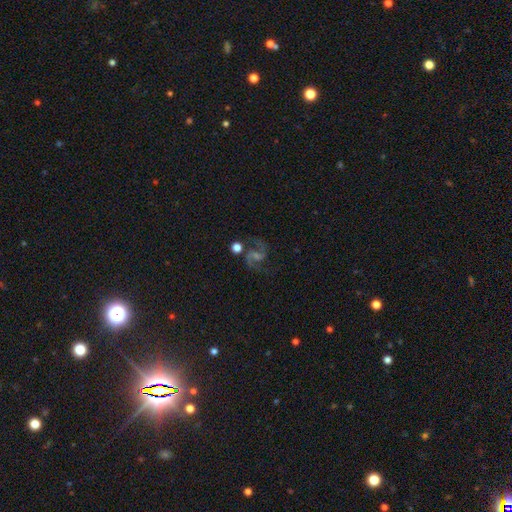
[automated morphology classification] smooth-or-featured: featured or disk: 86% | star or artifact: 10% | smooth: 5%
  disk-edge-on: no: 98% | yes: 2%
    bar: weak: 50% | no: 32% | strong: 18%
    has-spiral-arms: yes: 98% | no: 2%
      spiral-winding: medium: 57% | loose: 32% | tight: 10%
      spiral-arm-count: 2: 94% | can't tell: 2% | 1: 1% | 3: 1% | 4: 1% | more than 4: 1%
    bulge-size: small: 47% | moderate: 29% | none: 19% | large: 4% | dominant: 2%
  merging: none: 77% | minor disturbance: 12% | major disturbance: 7% | merger: 5%